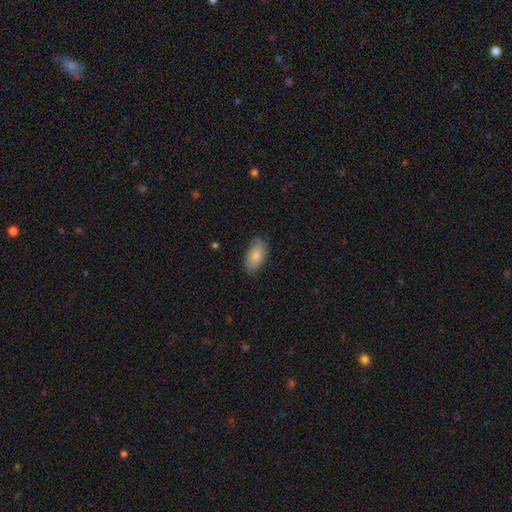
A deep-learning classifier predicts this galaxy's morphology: A smooth galaxy with no disk features (82%) that is in between round and cigar-shaped (94%).

Vote fractions:
- Smooth or featured? smooth: 82% / featured or disk: 12% / star or artifact: 6%
- How rounded? in between: 94% / round: 4% / cigar-shaped: 3%
- Merging? none: 78% / minor disturbance: 18% / major disturbance: 3% / merger: 1%